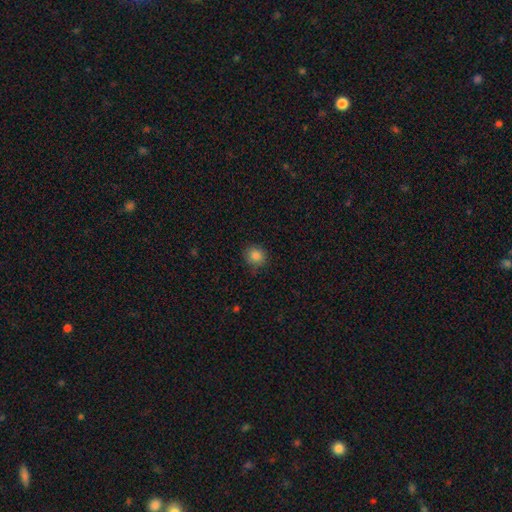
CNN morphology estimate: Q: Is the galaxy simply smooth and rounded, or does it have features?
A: smooth — 85%.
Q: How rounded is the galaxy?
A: round — 86%.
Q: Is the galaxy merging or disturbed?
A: none — 84%.